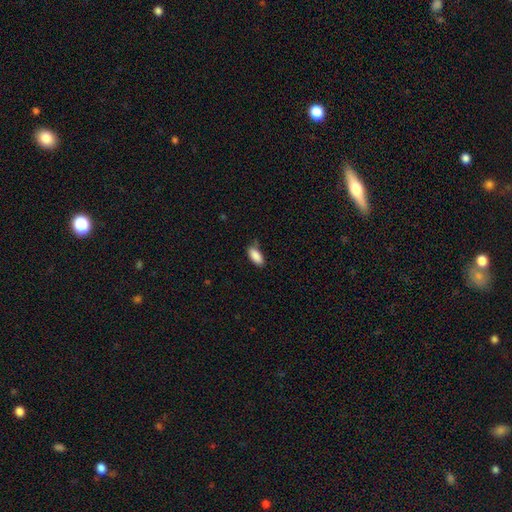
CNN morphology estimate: Overall: smooth (89%). How rounded: in between (89%). Merging: none (70%).